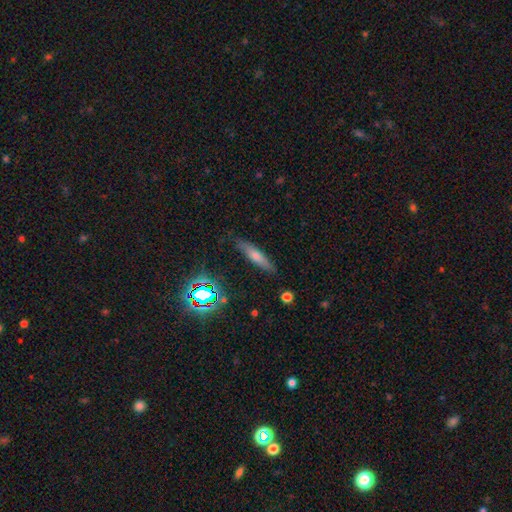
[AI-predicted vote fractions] Smooth or featured: smooth — 53% (featured or disk — 33%)
How rounded: cigar-shaped — 81% (in between — 16%)
Merging: none — 84% (minor disturbance — 12%)